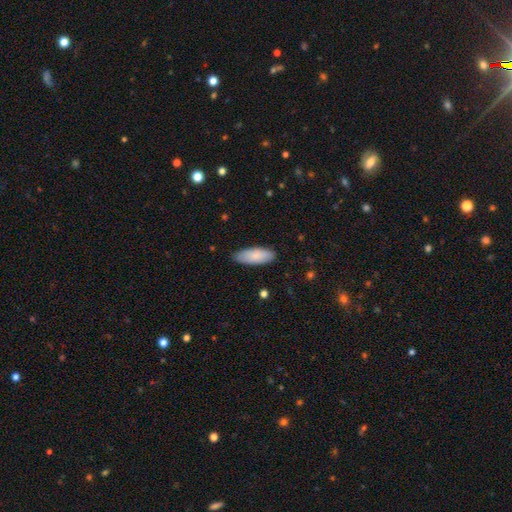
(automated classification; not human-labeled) Morphology: type=smooth (85%); roundness=in between (73%); merging=none (83%).